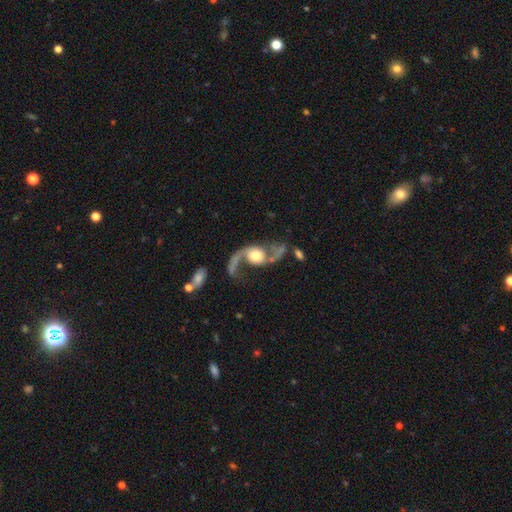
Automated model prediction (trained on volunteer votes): This is clearly a featured or disk galaxy (86%). It is clearly not viewed edge-on (96%). Bar: likely no (68%). Spiral arm pattern: clearly yes (94%). Spiral arm count: clearly 2 (89%). Spiral winding: clearly loose (81%). Central bulge: possibly moderate (54%). Merging: possibly none (52%).